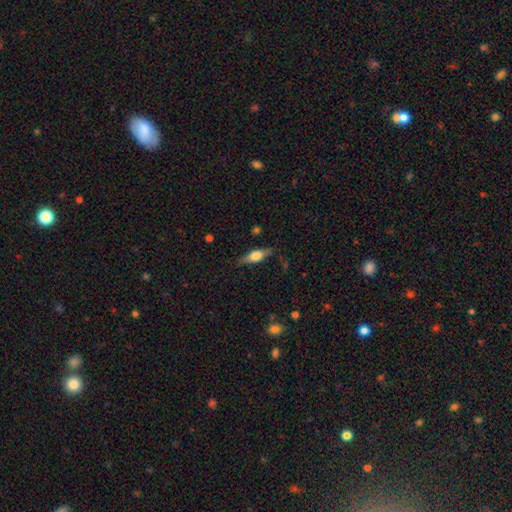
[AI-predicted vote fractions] Smooth or featured? Predicted: featured or disk (p=0.49). Merging? Predicted: none (p=0.81).